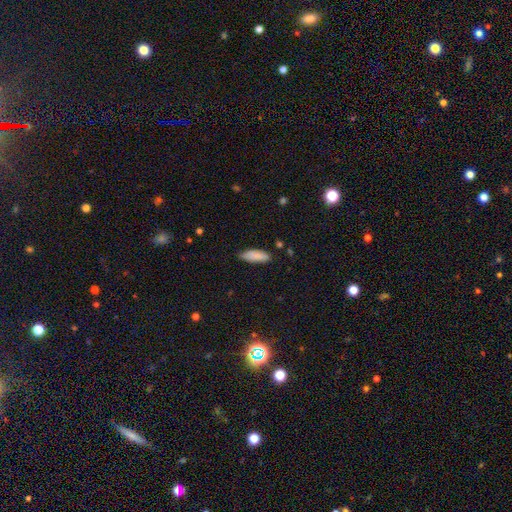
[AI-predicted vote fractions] The model was most divided on "how rounded": in between: 64%, cigar-shaped: 34%, round: 2%. More confident: smooth or featured — smooth (87%); merging — none (78%).